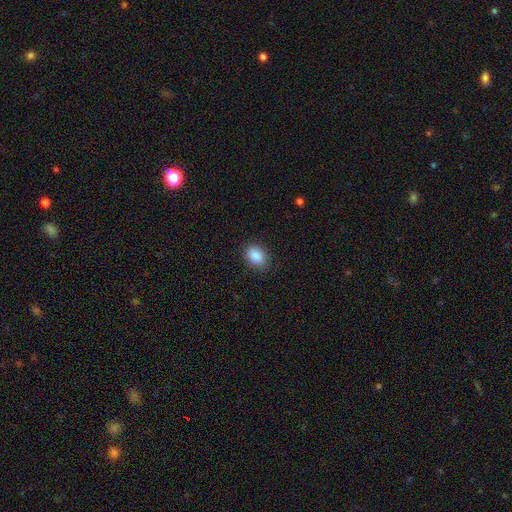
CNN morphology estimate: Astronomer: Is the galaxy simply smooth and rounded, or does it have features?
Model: smooth — 89%.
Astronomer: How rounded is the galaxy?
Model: in between — 78%.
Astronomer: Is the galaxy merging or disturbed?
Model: none — 86%.